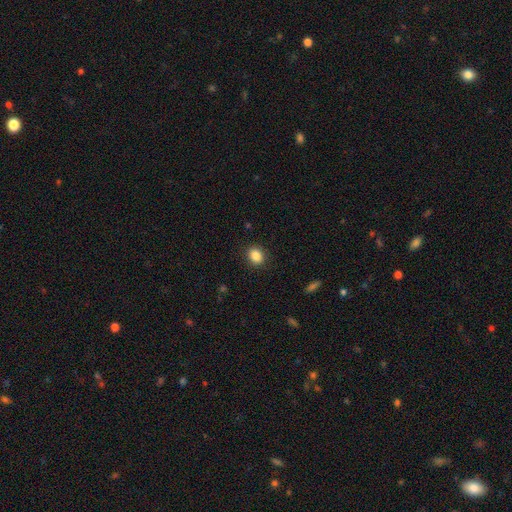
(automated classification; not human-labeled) smooth 87%, star or artifact 9%, featured or disk 4%. Down the decision tree: how rounded — round (55%); merging — none (89%).